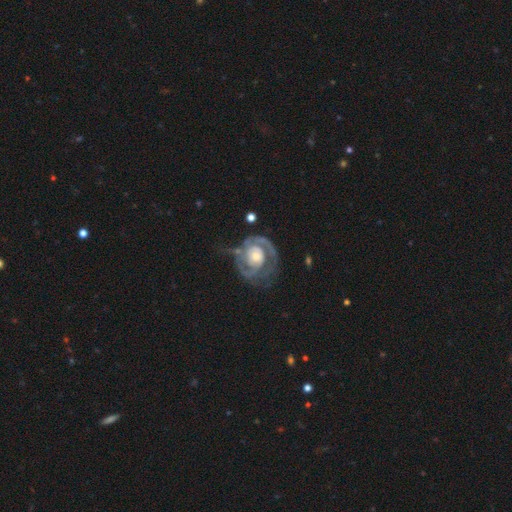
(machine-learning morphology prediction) Smooth or featured? Predicted: featured or disk (p=0.88). Edge-on disk? Predicted: no (p=0.98). Bar? Predicted: no (p=0.70). Spiral arms? Predicted: yes (p=0.94). Spiral winding? Predicted: tight (p=0.59). Spiral arm count? Predicted: 2 (p=0.67). Bulge size? Predicted: moderate (p=0.52). Merging? Predicted: none (p=0.57).